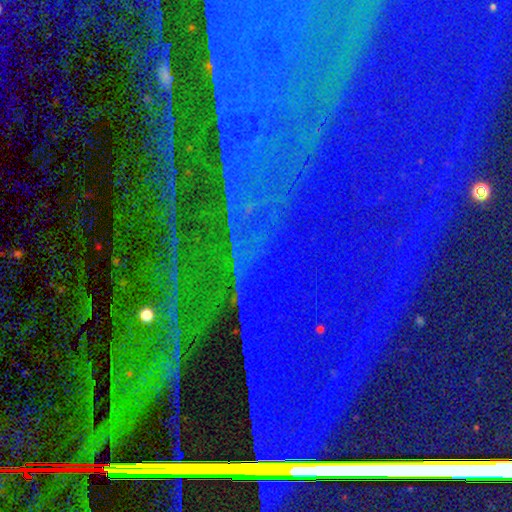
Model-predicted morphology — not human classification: smooth_or_featured: star or artifact (p=0.88) [alt: featured or disk p=0.07]